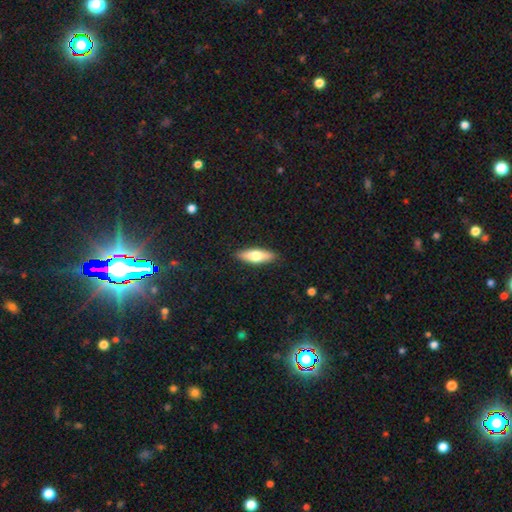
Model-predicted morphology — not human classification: Q: Smooth or featured?
A: smooth (65%); runner-up: featured or disk (29%)
Q: How rounded?
A: in between (50%); runner-up: cigar-shaped (48%)
Q: Merging?
A: none (89%); runner-up: minor disturbance (9%)